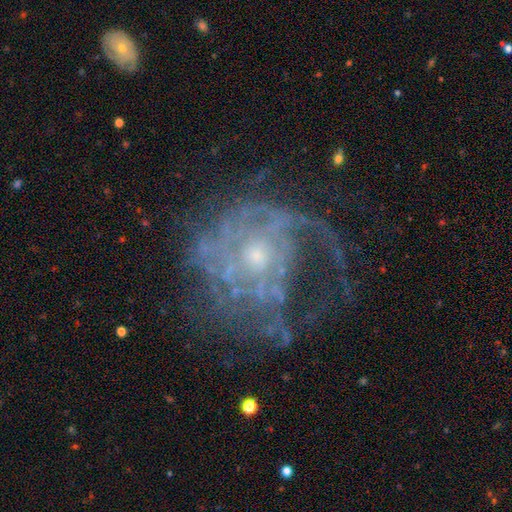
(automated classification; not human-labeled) smooth-or-featured: featured or disk: 78% | smooth: 11% | star or artifact: 11%
  disk-edge-on: no: 97% | yes: 3%
    bar: no: 81% | weak: 16% | strong: 3%
    has-spiral-arms: yes: 66% | no: 34%
      spiral-winding: tight: 45% | medium: 30% | loose: 25%
      spiral-arm-count: can't tell: 49% | 1: 17% | 2: 14% | 3: 9% | 4: 6% | more than 4: 6%
    bulge-size: small: 54% | moderate: 38% | none: 4% | large: 2% | dominant: 1%
  merging: none: 41% | major disturbance: 39% | minor disturbance: 17% | merger: 3%